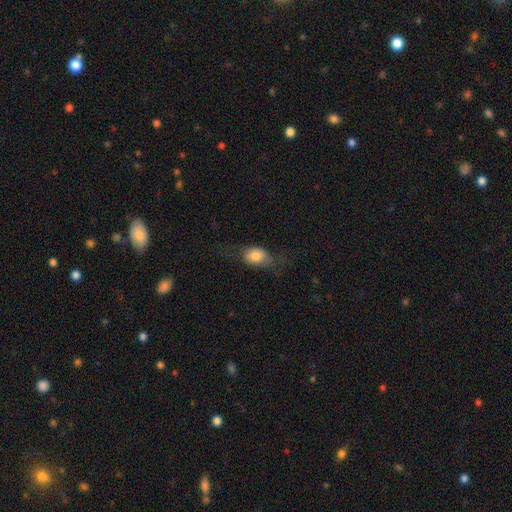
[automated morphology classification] Smooth or featured? smooth (73%)
How rounded? in between (70%)
Merging? none (51%)